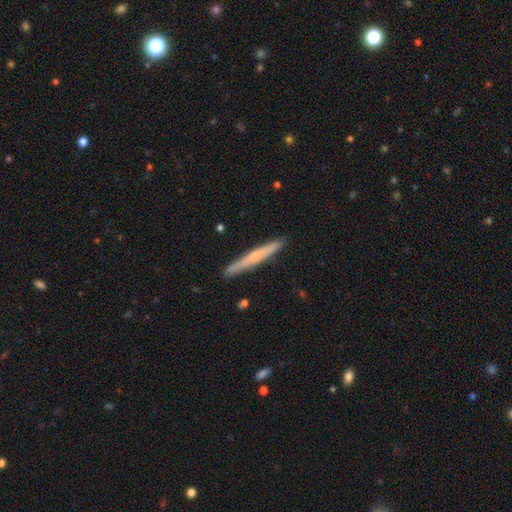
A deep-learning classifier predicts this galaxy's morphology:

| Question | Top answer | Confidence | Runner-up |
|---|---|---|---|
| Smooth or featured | smooth | 50% | featured or disk (45%) |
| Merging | none | 91% | minor disturbance (7%) |